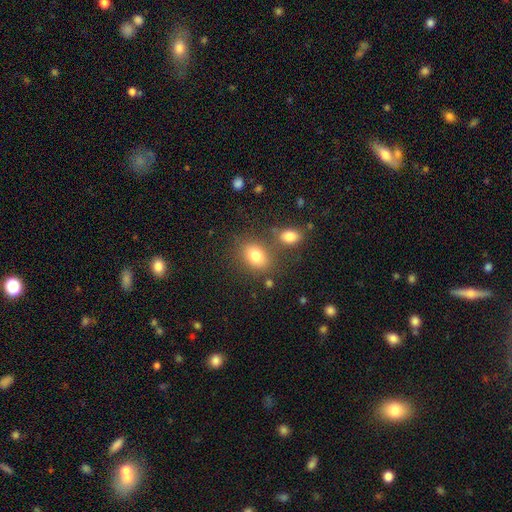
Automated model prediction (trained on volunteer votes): smooth-or-featured: smooth: 80% | star or artifact: 10% | featured or disk: 10%
  how-rounded: in between: 74% | round: 25% | cigar-shaped: 1%
  merging: none: 68% | merger: 15% | minor disturbance: 12% | major disturbance: 5%